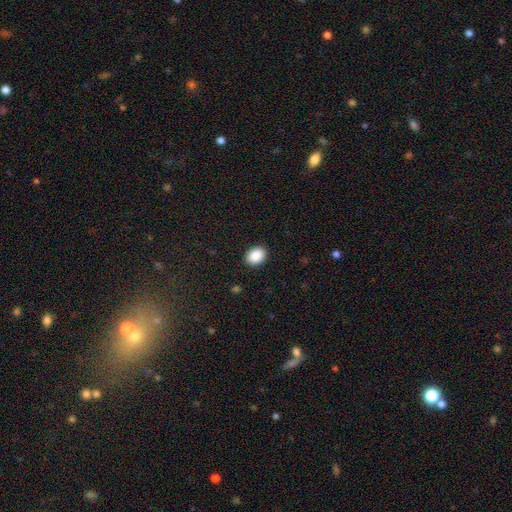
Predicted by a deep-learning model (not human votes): The model was most divided on "how rounded": in between: 58%, round: 41%, cigar-shaped: 1%. More confident: merging — none (90%); smooth or featured — smooth (90%).